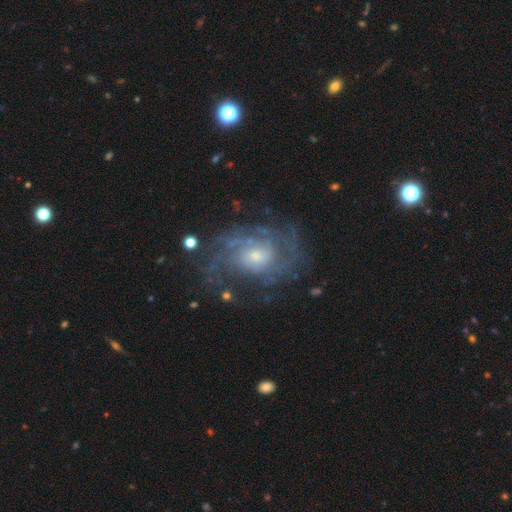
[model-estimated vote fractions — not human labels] Q: Smooth or featured?
A: featured or disk (84%); runner-up: smooth (8%)
Q: Edge-on disk?
A: no (97%); runner-up: yes (3%)
Q: Bar?
A: no (68%); runner-up: weak (28%)
Q: Spiral arms?
A: yes (93%); runner-up: no (7%)
Q: Spiral winding?
A: tight (52%); runner-up: medium (36%)
Q: Spiral arm count?
A: can't tell (39%); runner-up: 2 (21%)
Q: Bulge size?
A: small (50%); runner-up: moderate (41%)
Q: Merging?
A: none (68%); runner-up: minor disturbance (17%)